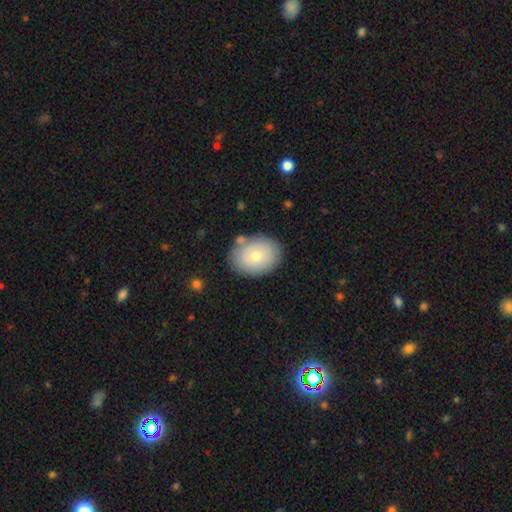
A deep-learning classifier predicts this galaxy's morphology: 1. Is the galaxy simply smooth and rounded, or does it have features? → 75% smooth, 18% featured or disk, 7% star or artifact.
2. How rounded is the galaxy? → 65% in between, 34% round, 1% cigar-shaped.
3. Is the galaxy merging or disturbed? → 79% none, 13% minor disturbance, 4% merger, 3% major disturbance.